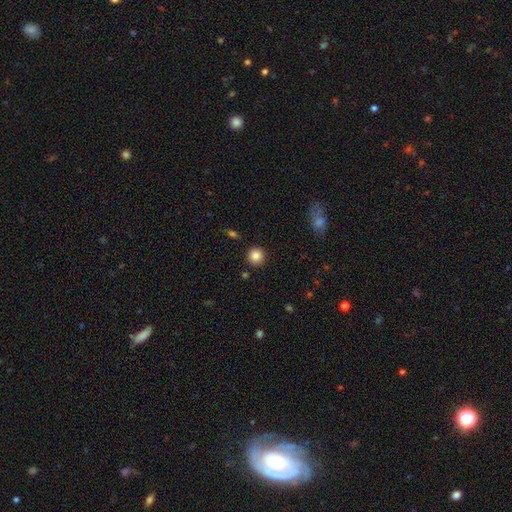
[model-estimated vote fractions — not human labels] smooth_or_featured: smooth (p=0.86) [alt: star or artifact p=0.10]
how_rounded: round (p=0.94) [alt: in between p=0.05]
merging: none (p=0.91) [alt: minor disturbance p=0.05]